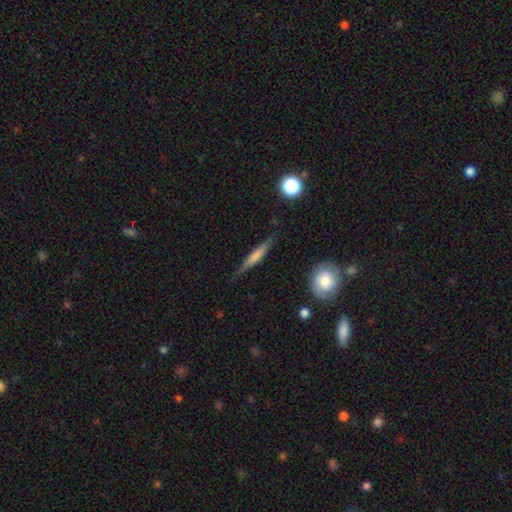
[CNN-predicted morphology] Smooth or featured? Predicted: smooth (p=0.50). How rounded? Predicted: cigar-shaped (p=0.90). Merging? Predicted: none (p=0.80).